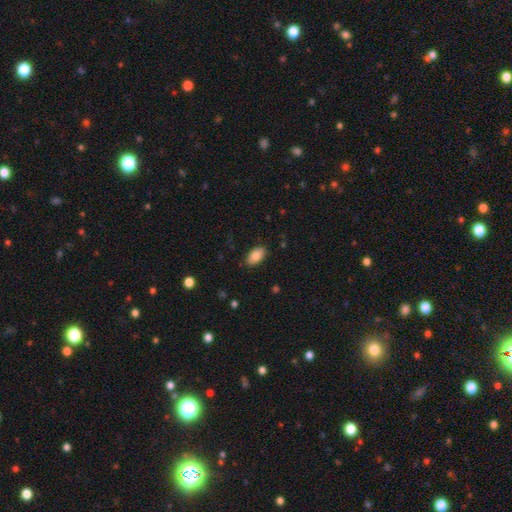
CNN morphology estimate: Overall: smooth (85%). How rounded: in between (94%). Merging: none (86%).